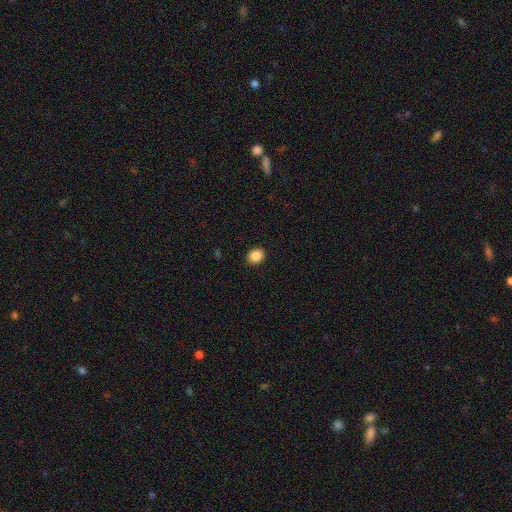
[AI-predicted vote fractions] Smooth or featured? smooth (88%)
How rounded? round (61%)
Merging? none (90%)